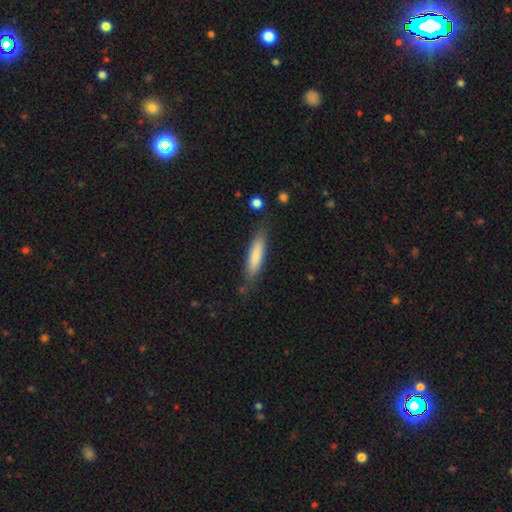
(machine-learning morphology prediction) Smooth or featured? smooth (79%)
How rounded? cigar-shaped (76%)
Merging? none (80%)